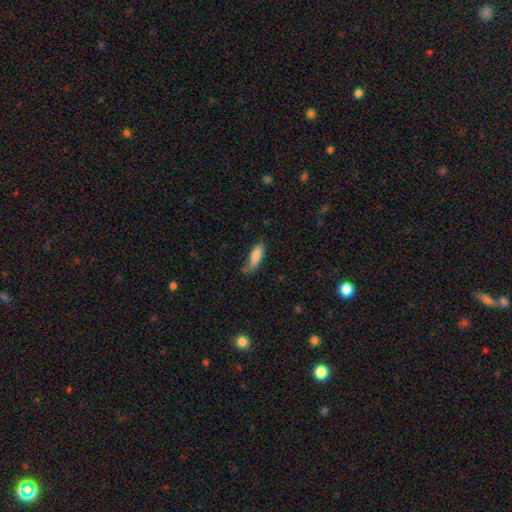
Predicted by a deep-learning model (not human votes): Q: Smooth or featured?
A: smooth (82%); runner-up: featured or disk (11%)
Q: How rounded?
A: in between (59%); runner-up: cigar-shaped (39%)
Q: Merging?
A: none (60%); runner-up: minor disturbance (28%)